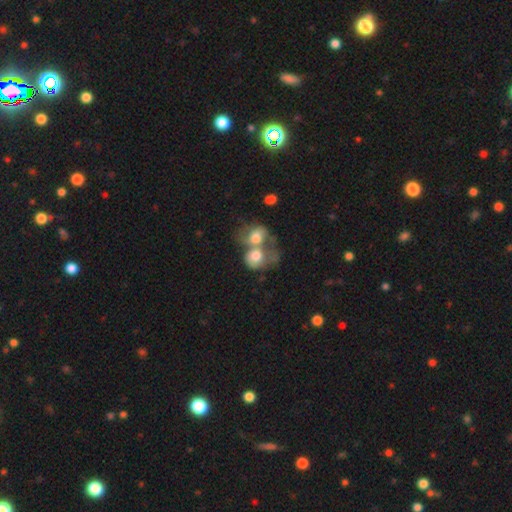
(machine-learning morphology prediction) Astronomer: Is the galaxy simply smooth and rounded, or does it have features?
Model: smooth — 61%.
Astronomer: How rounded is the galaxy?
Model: round — 50% (runner-up: in between, 49%).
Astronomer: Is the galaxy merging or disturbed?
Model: merger — 77%.